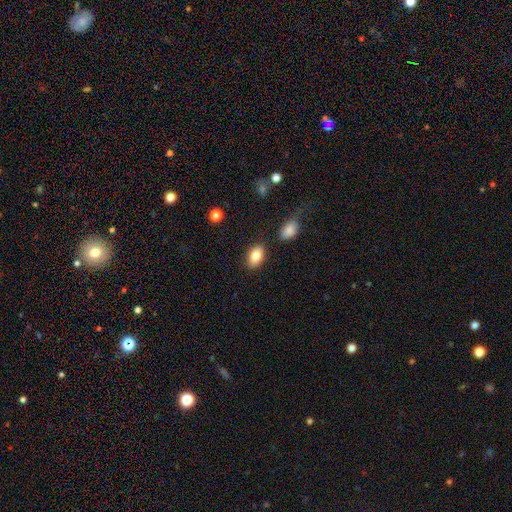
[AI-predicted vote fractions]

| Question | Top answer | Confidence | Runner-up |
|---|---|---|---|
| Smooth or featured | smooth | 83% | featured or disk (9%) |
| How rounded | in between | 89% | round (9%) |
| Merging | none | 82% | minor disturbance (11%) |